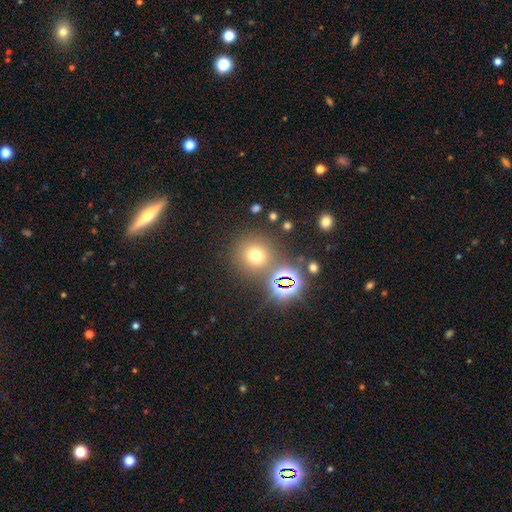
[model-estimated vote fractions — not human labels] This appears to be a smooth galaxy with no disk features (64%) that is round (92%). Merging: none (78%).